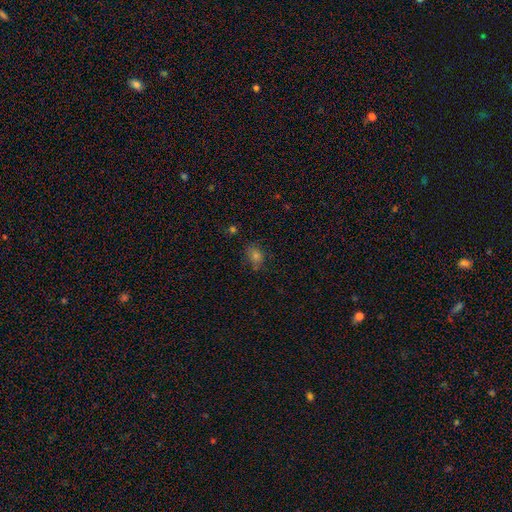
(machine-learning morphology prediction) Smooth or featured? smooth (64%)
How rounded? in between (50%)
Merging? none (72%)